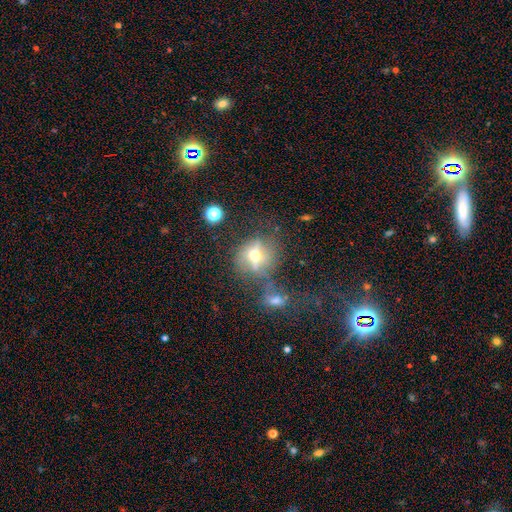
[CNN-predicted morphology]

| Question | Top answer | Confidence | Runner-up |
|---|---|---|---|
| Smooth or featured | featured or disk | 44% | smooth (39%) |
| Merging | none | 46% | merger (21%) |